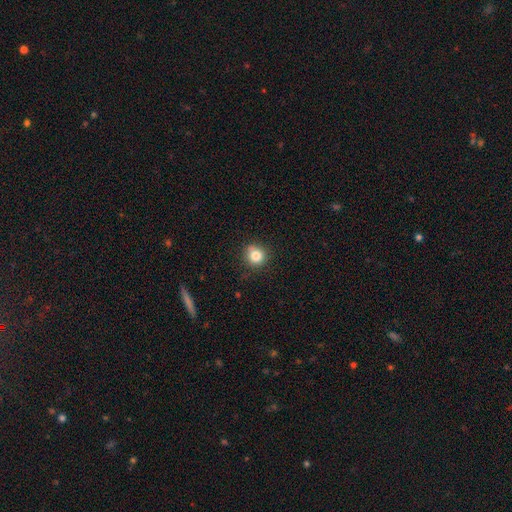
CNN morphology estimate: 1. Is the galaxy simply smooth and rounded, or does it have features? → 82% smooth, 11% star or artifact, 7% featured or disk.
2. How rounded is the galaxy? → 88% round, 11% in between, 1% cigar-shaped.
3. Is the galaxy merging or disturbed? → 82% none, 14% minor disturbance, 3% major disturbance, 2% merger.